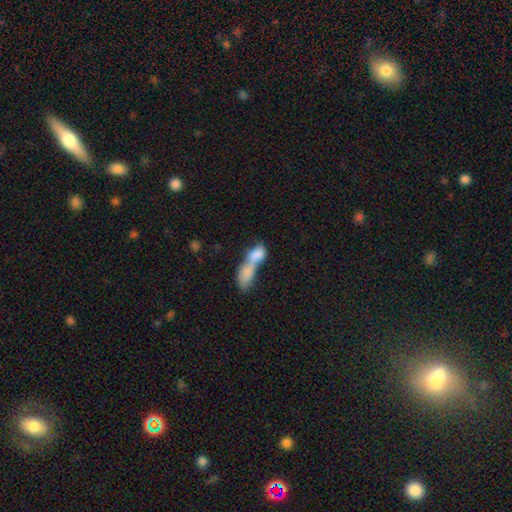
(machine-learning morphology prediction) Smooth or featured?
  - smooth: 75% *
  - featured or disk: 18%
  - star or artifact: 7%
How rounded?
  - in between: 75% *
  - cigar-shaped: 14%
  - round: 11%
Merging?
  - merger: 81% *
  - none: 9%
  - major disturbance: 6%
  - minor disturbance: 4%